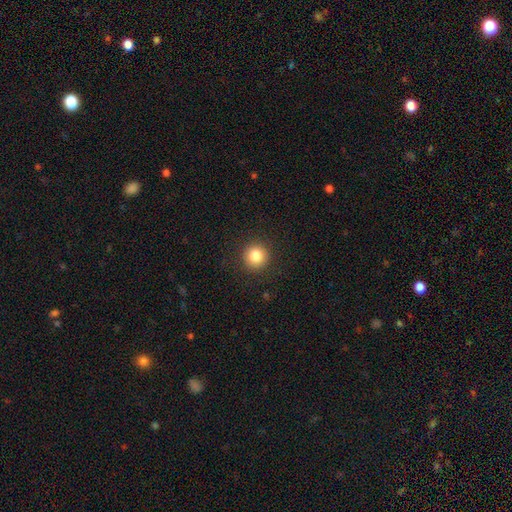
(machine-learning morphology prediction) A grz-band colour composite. It shows a smooth galaxy with no disk features (84%) that is round (95%). Merging: none (91%).